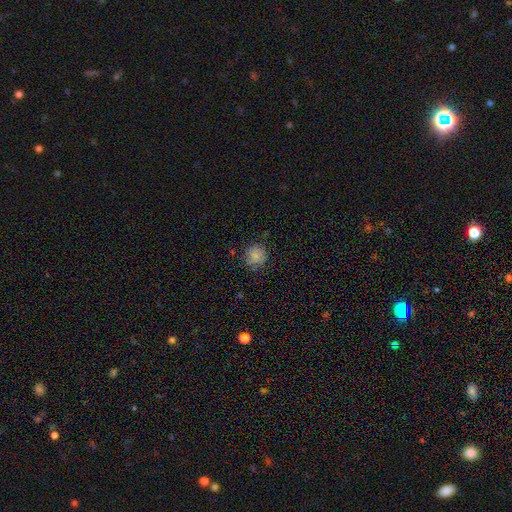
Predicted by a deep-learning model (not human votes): Smooth or featured: smooth — 84% (star or artifact — 10%)
How rounded: round — 89% (in between — 10%)
Merging: none — 85% (minor disturbance — 11%)